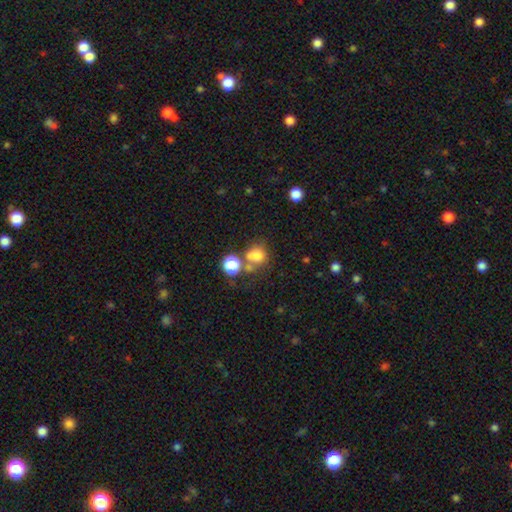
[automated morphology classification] A smooth galaxy with no disk features (73%) that is round (67%). Merging: none (42%).